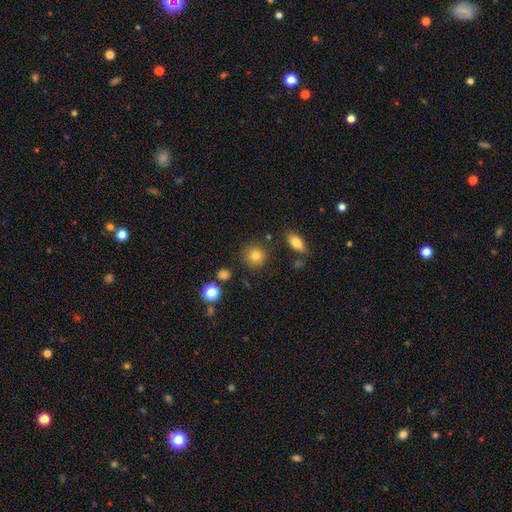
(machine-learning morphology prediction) A smooth galaxy with no disk features (80%) that is round (90%). Merging: none (84%).